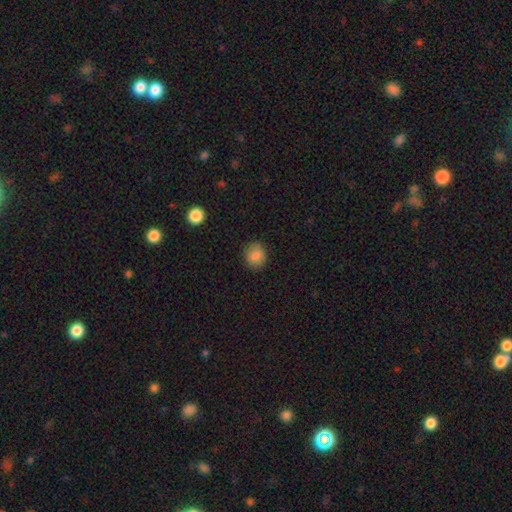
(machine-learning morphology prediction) Smooth or featured? smooth (85%)
How rounded? round (74%)
Merging? none (84%)